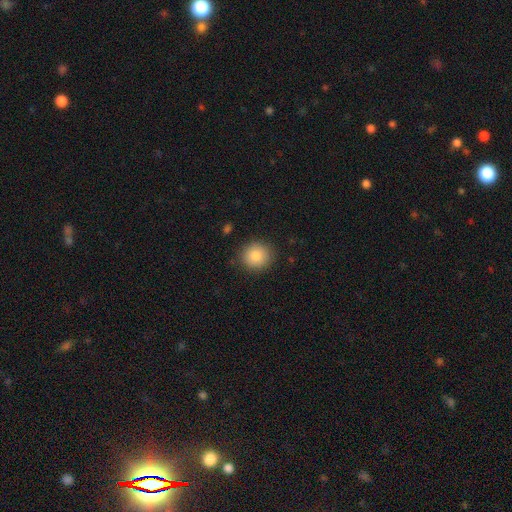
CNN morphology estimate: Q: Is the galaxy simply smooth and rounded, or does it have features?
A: smooth — 83%.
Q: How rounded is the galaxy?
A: round — 87%.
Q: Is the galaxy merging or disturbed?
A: none — 87%.